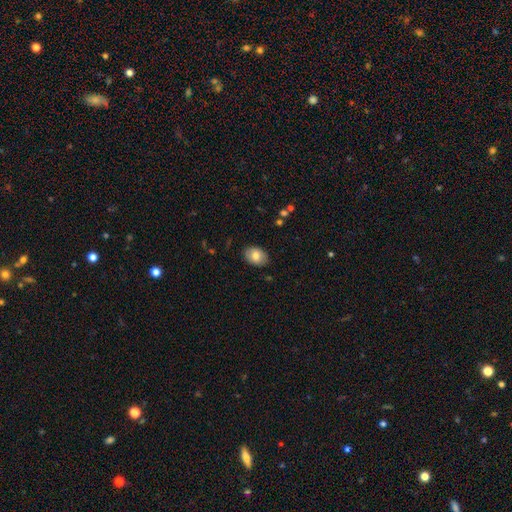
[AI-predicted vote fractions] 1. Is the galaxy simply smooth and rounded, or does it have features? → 78% smooth, 14% featured or disk, 7% star or artifact.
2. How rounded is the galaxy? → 80% in between, 19% round, 1% cigar-shaped.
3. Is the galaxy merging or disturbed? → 87% none, 10% minor disturbance, 2% major disturbance, 1% merger.